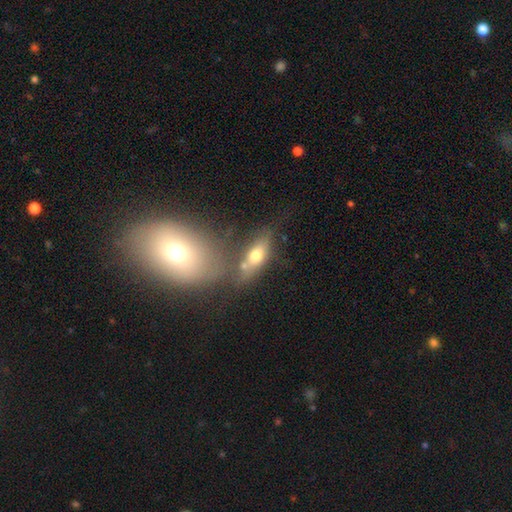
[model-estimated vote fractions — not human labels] The model was most divided on "merging": none: 51%, merger: 25%, minor disturbance: 15%, major disturbance: 9%. More confident: how rounded — in between (68%); smooth or featured — smooth (63%).